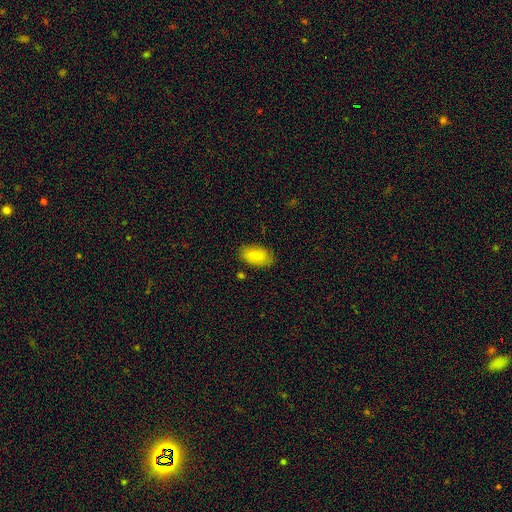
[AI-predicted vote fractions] smooth-or-featured: smooth: 82% | featured or disk: 11% | star or artifact: 7%
  how-rounded: in between: 93% | round: 5% | cigar-shaped: 2%
  merging: none: 83% | minor disturbance: 13% | major disturbance: 3% | merger: 2%